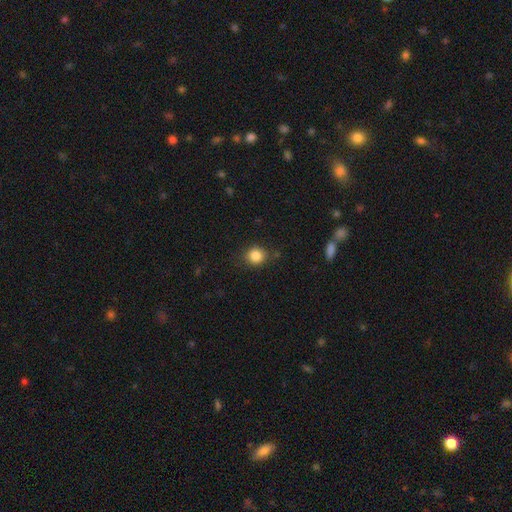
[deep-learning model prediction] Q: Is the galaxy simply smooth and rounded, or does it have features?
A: smooth — 85%.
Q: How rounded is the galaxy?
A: round — 84%.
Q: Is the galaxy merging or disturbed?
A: none — 83%.